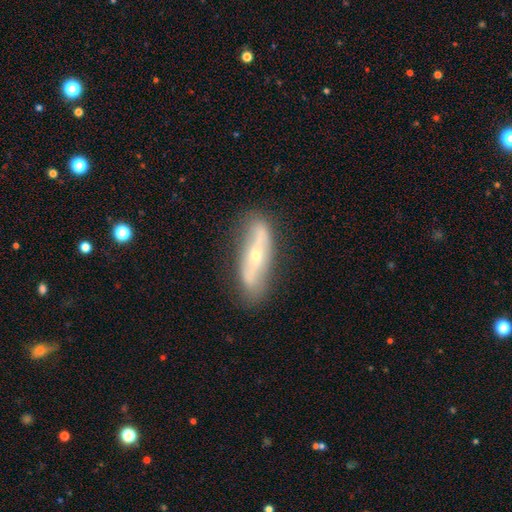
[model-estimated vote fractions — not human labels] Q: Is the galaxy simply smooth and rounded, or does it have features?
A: featured or disk — 70%.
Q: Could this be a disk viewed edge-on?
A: no — 60%.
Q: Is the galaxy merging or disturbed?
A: none — 81%.